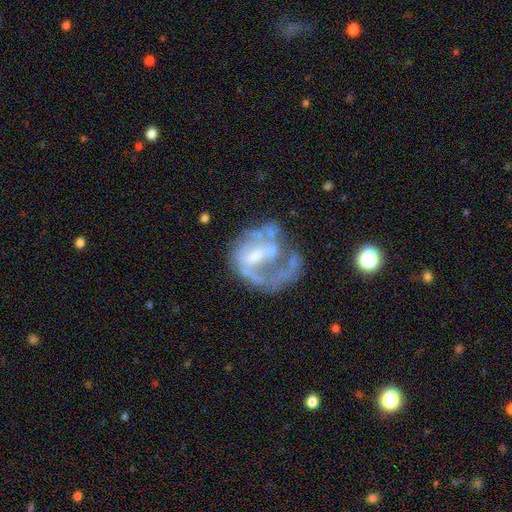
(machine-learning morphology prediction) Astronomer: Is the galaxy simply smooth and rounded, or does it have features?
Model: featured or disk — 77%.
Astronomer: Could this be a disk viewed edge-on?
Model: no — 98%.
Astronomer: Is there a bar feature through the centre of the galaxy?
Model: no — 48% (runner-up: weak, 39%).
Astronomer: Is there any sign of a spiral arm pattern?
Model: yes — 55% (runner-up: no, 45%).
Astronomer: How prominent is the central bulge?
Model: moderate — 40%, tied with small at 40%.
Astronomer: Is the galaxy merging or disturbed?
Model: major disturbance — 37% (runner-up: none, 34%).